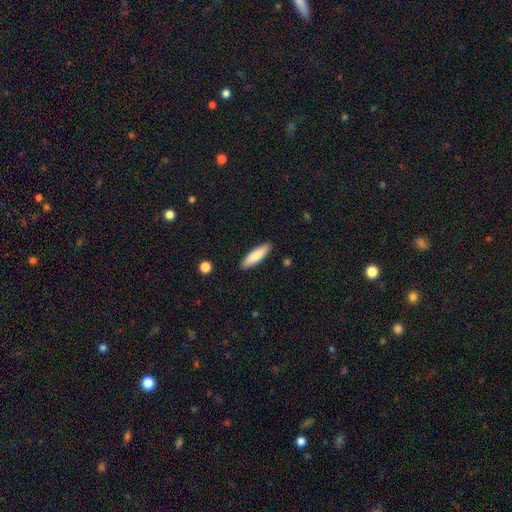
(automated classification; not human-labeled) Overall: smooth (81%). How rounded: cigar-shaped (63%; in between 36%). Merging: none (90%).